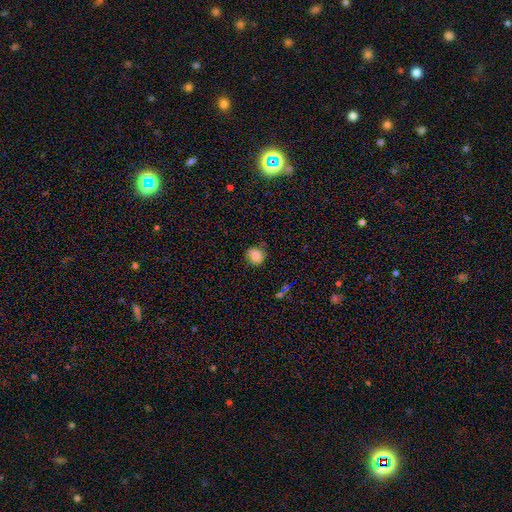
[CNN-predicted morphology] Overall: smooth (77%). How rounded: round (78%). Merging: none (61%; minor disturbance 28%).